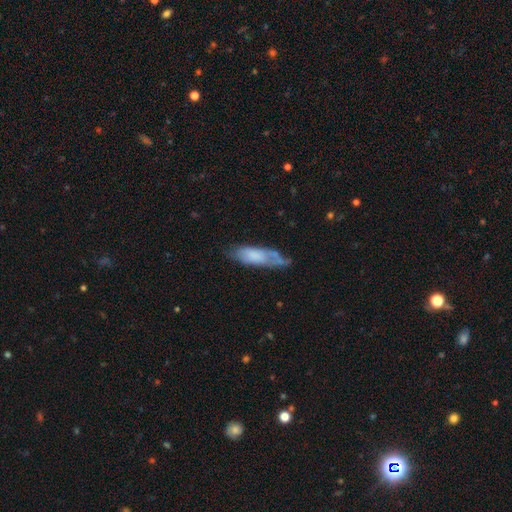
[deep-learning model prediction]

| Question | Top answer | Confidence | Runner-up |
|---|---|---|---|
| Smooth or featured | smooth | 59% | featured or disk (34%) |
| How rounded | in between | 52% | cigar-shaped (47%) |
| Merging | none | 48% | minor disturbance (33%) |